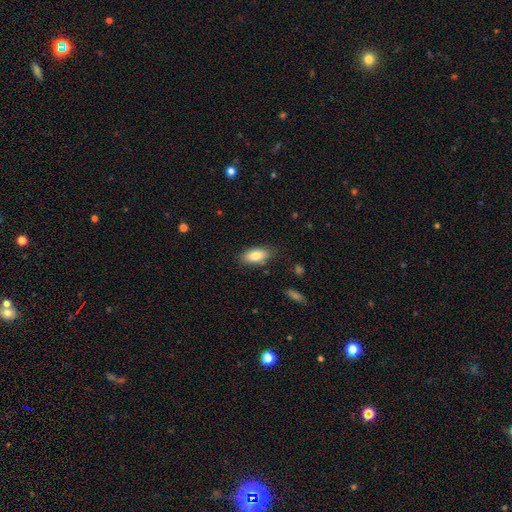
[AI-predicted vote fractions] smooth-or-featured: smooth: 82% | featured or disk: 11% | star or artifact: 7%
  how-rounded: in between: 87% | cigar-shaped: 10% | round: 3%
  merging: none: 80% | minor disturbance: 14% | major disturbance: 3% | merger: 2%